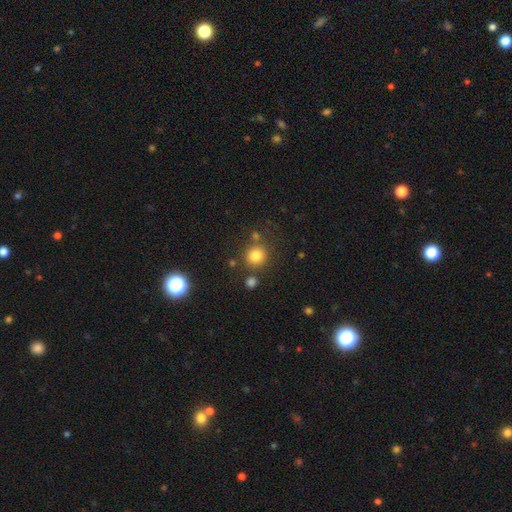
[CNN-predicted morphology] A smooth galaxy with no disk features (80%) that is round (91%). Merging: none (78%).